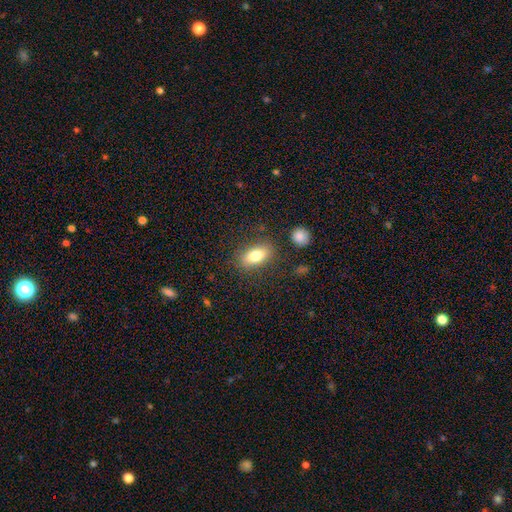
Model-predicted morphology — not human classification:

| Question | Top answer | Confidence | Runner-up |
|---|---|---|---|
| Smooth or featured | smooth | 79% | featured or disk (13%) |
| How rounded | in between | 85% | cigar-shaped (8%) |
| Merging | none | 81% | minor disturbance (12%) |